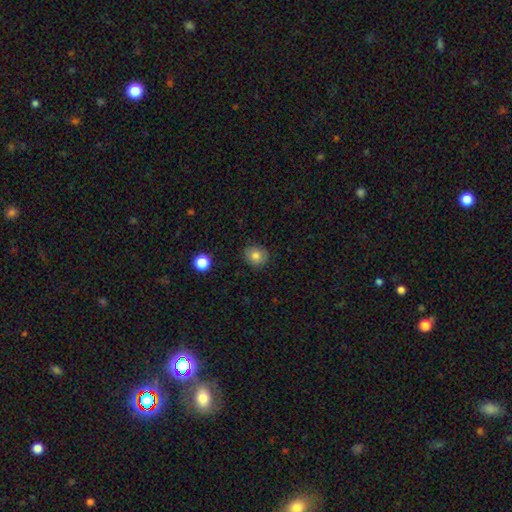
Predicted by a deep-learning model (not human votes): Q: Smooth or featured?
A: smooth (80%); runner-up: star or artifact (11%)
Q: How rounded?
A: round (81%); runner-up: in between (18%)
Q: Merging?
A: none (88%); runner-up: minor disturbance (9%)